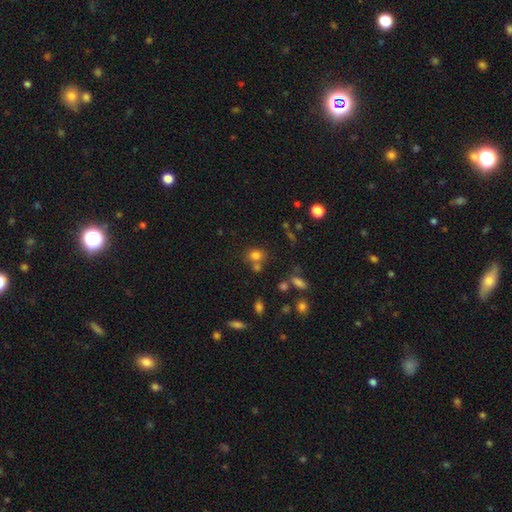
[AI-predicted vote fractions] A smooth galaxy with no disk features (76%) that is round (65%).

Vote fractions:
- Smooth or featured? smooth: 76% / star or artifact: 15% / featured or disk: 9%
- How rounded? round: 65% / in between: 34% / cigar-shaped: 1%
- Merging? none: 55% / merger: 28% / minor disturbance: 12% / major disturbance: 5%